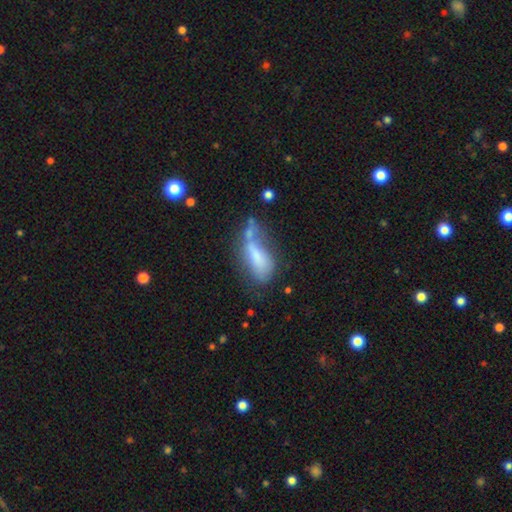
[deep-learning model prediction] smooth 62%, featured or disk 28%, star or artifact 10%. Down the decision tree: how rounded — in between (73%); merging — minor disturbance (27%).